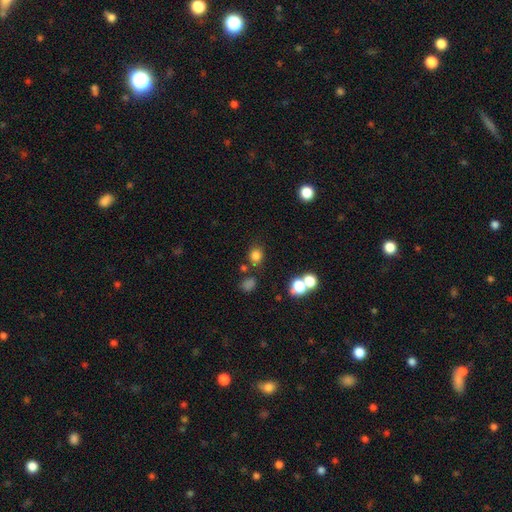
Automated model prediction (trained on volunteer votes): Smooth or featured? smooth (78%)
How rounded? round (70%)
Merging? none (74%)